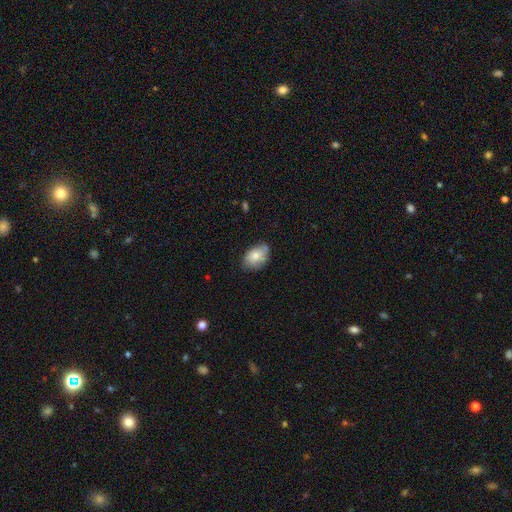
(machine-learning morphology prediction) This appears to be a smooth galaxy with no disk features (75%) that is in between round and cigar-shaped (87%). Merging: none (65%).